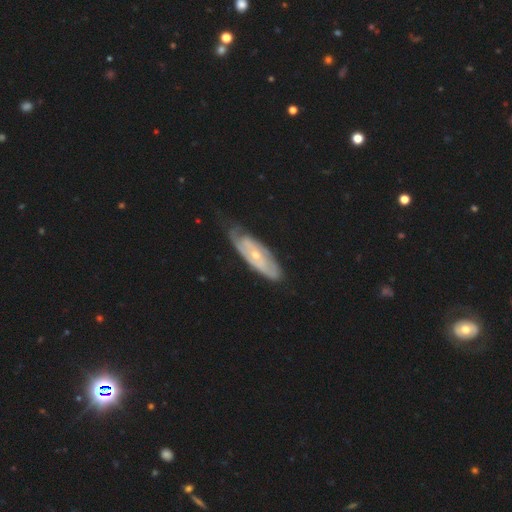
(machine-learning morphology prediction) type=featured or disk (75%); edge-on=no (82%); bar=no (73%); spiral arms=yes (82%); winding=tight (66%); arm count=can't tell (54%); bulge=small (64%); merging=none (63%).